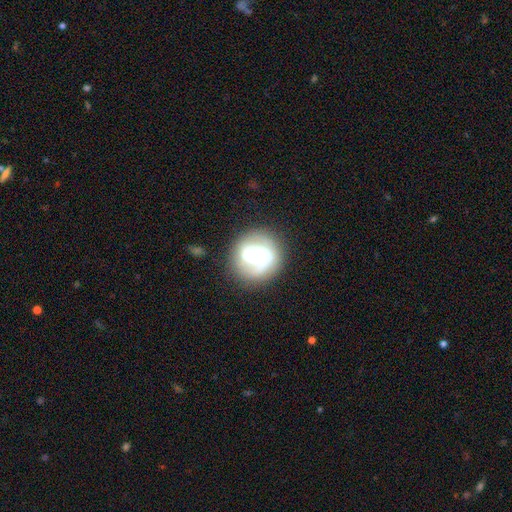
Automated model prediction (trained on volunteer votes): The model was most divided on "bar": weak: 40%, no: 39%, strong: 21%. Remaining: edge-on disk — no (98%); spiral arms — yes (83%); merging — none (73%); smooth or featured — featured or disk (66%); spiral arm count — 2 (61%); bulge size — moderate (49%); spiral winding — medium (40%).